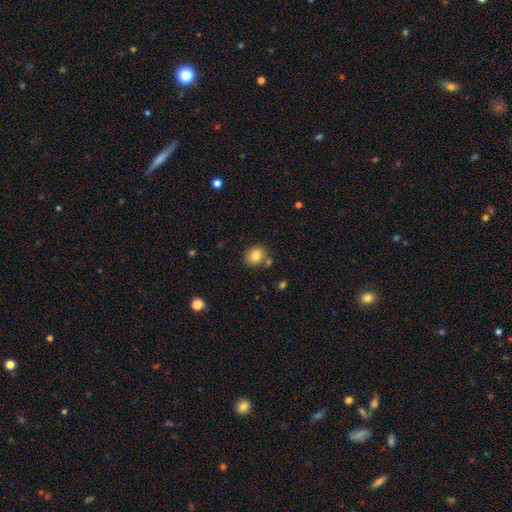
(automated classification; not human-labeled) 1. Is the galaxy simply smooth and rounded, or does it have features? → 82% smooth, 10% star or artifact, 8% featured or disk.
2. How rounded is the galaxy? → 71% round, 28% in between, 1% cigar-shaped.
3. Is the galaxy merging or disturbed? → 76% none, 12% minor disturbance, 10% merger, 3% major disturbance.